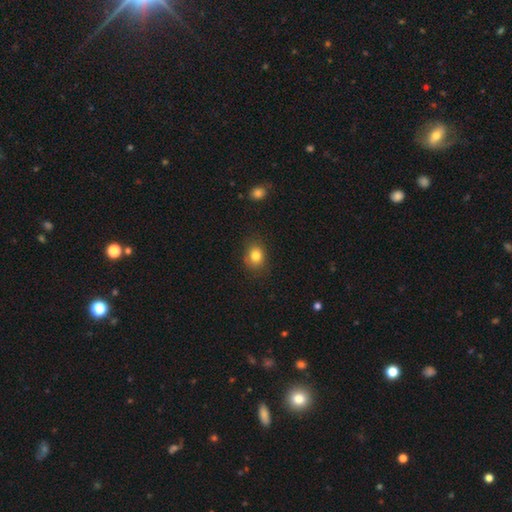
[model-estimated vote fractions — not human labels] Morphology: type=smooth (82%); roundness=round (57%); merging=none (81%).